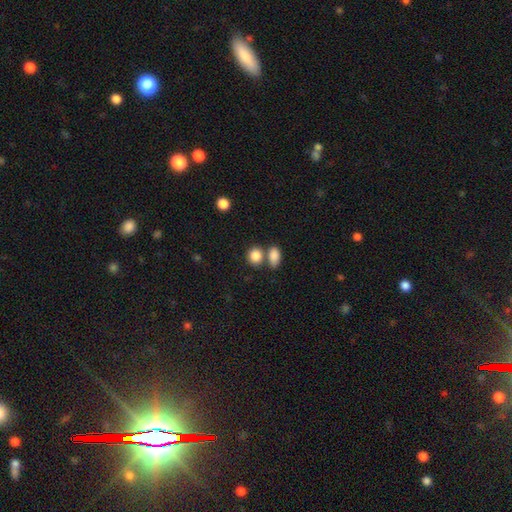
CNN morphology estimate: A smooth galaxy with no disk features (86%) that is round (62%). Merging: none (54%).